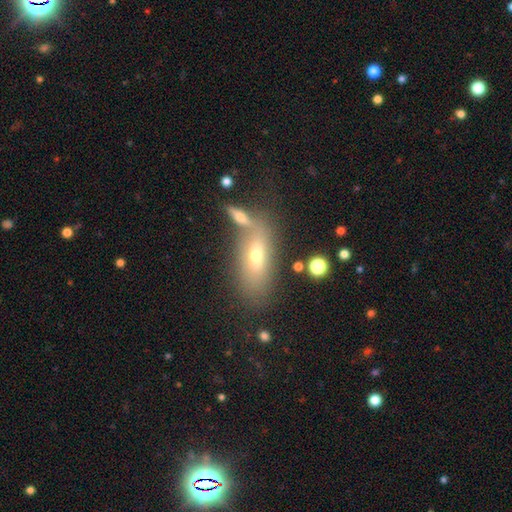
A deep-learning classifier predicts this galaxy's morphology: Smooth or featured? Predicted: smooth (p=0.55). How rounded? Predicted: in between (p=0.74). Merging? Predicted: none (p=0.56).